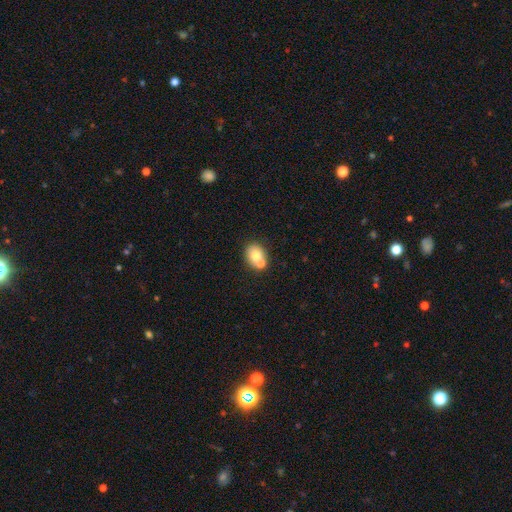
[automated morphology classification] Smooth or featured? smooth (73%)
How rounded? round (62%)
Merging? none (49%)